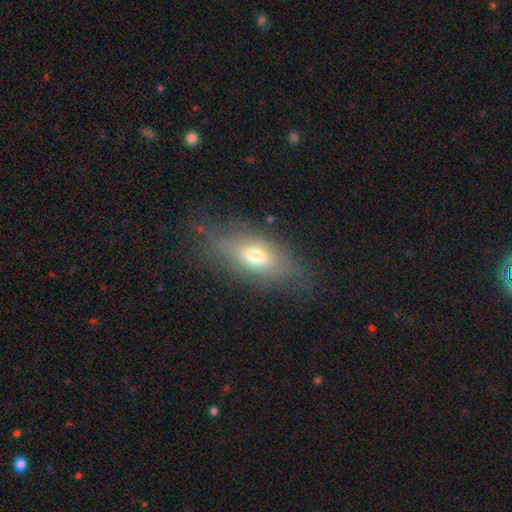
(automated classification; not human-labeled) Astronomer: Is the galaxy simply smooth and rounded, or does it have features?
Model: smooth — 59%.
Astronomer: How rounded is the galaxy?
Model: in between — 78%.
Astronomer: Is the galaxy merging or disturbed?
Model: none — 69%.